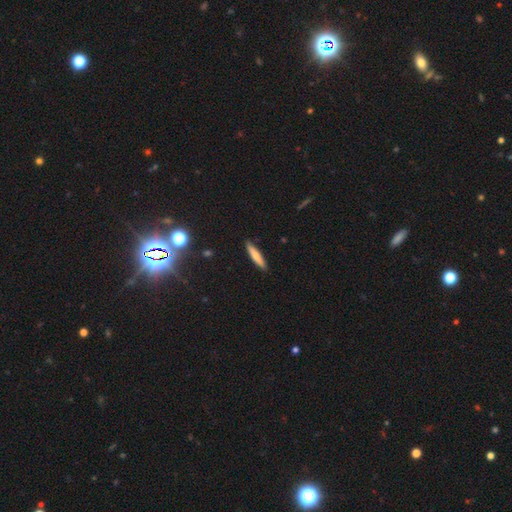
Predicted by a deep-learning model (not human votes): This appears to be a smooth galaxy with no disk features (70%) that is cigar-shaped (88%). Merging: none (89%).